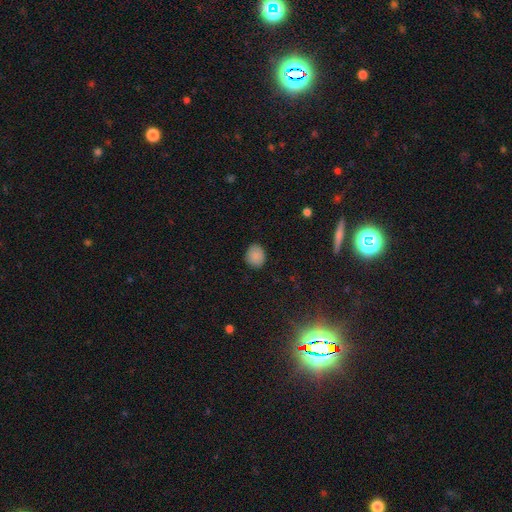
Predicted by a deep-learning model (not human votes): Overall: smooth (86%). How rounded: round (70%). Merging: none (85%).